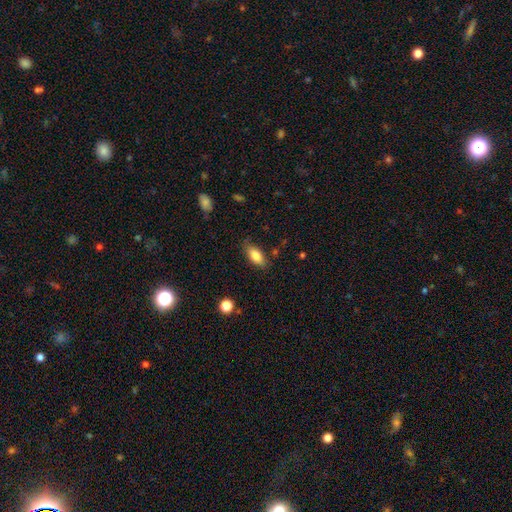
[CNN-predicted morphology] Smooth or featured? Predicted: smooth (p=0.81). How rounded? Predicted: in between (p=0.87). Merging? Predicted: none (p=0.76).